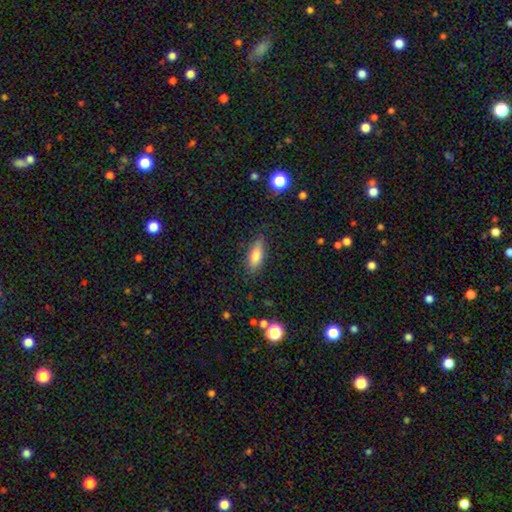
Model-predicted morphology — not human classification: A smooth galaxy with no disk features (80%) that is in between round and cigar-shaped (67%).

Vote fractions:
- Smooth or featured? smooth: 80% / featured or disk: 12% / star or artifact: 8%
- How rounded? in between: 67% / cigar-shaped: 30% / round: 3%
- Merging? none: 81% / minor disturbance: 14% / major disturbance: 3% / merger: 1%